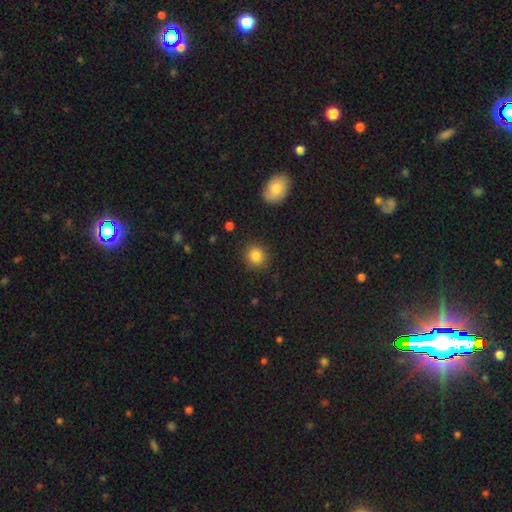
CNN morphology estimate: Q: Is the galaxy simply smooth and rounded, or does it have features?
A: smooth — 85%.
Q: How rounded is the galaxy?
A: round — 88%.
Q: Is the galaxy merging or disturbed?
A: none — 89%.